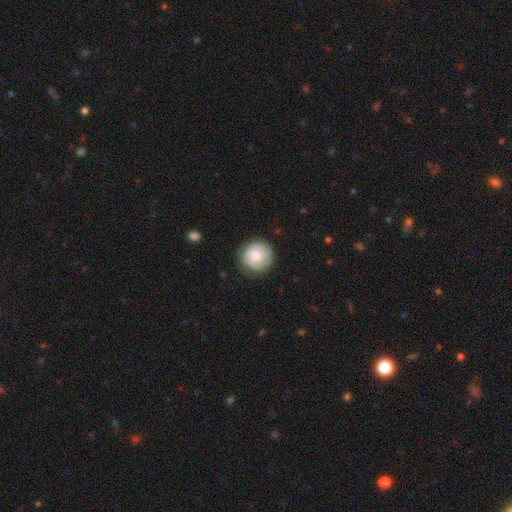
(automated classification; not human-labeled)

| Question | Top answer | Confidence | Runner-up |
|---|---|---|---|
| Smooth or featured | smooth | 64% | featured or disk (29%) |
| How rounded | round | 92% | in between (7%) |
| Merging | none | 75% | minor disturbance (19%) |